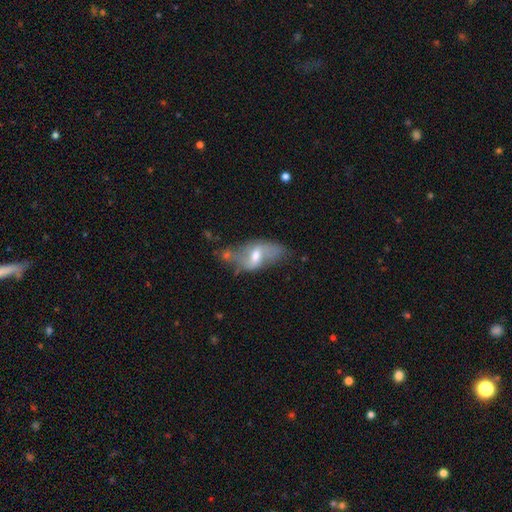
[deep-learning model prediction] Overall: featured or disk (61%; smooth 32%). Edge-on disk: no (89%). Bar: weak (52%; strong 29%). Spiral arms: yes (68%; no 32%). Bulge size: moderate (65%). Merging: none (47%; minor disturbance 30%).